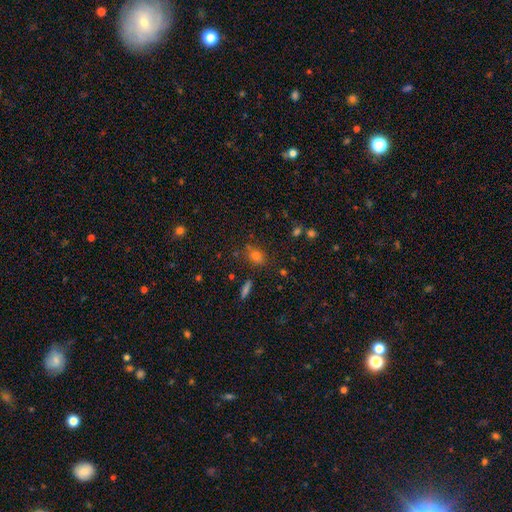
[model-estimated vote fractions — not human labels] A smooth galaxy with no disk features (70%) that is in between round and cigar-shaped (52%).

Vote fractions:
- Smooth or featured? smooth: 70% / star or artifact: 21% / featured or disk: 9%
- How rounded? in between: 52% / round: 45% / cigar-shaped: 3%
- Merging? none: 73% / minor disturbance: 15% / merger: 6% / major disturbance: 5%